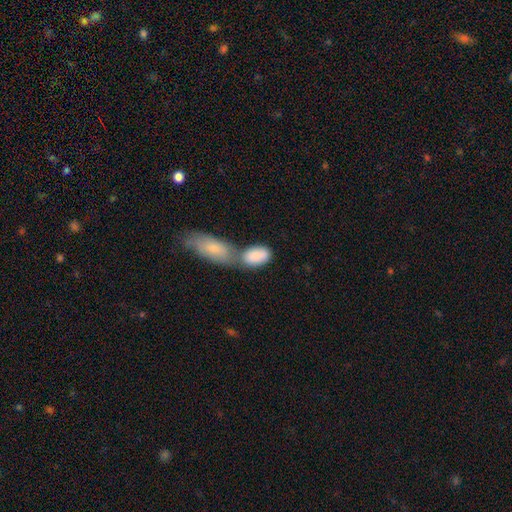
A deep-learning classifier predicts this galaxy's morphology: A smooth galaxy with no disk features (85%) that is in between round and cigar-shaped (92%).

Vote fractions:
- Smooth or featured? smooth: 85% / featured or disk: 10% / star or artifact: 6%
- How rounded? in between: 92% / round: 5% / cigar-shaped: 4%
- Merging? merger: 54% / none: 29% / minor disturbance: 12% / major disturbance: 5%